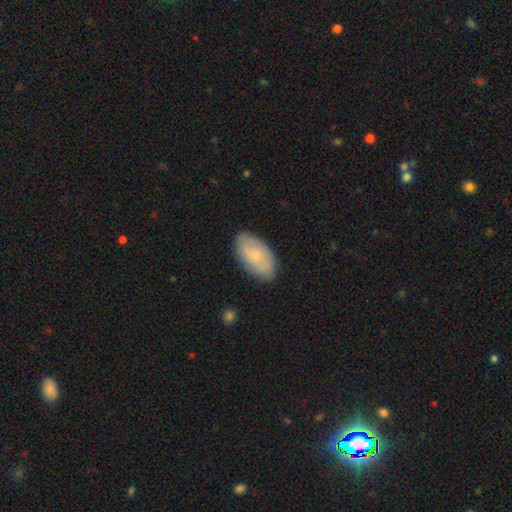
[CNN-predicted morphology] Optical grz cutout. It shows a smooth galaxy with no disk features (67%) that is in between round and cigar-shaped (95%). Merging: none (82%).